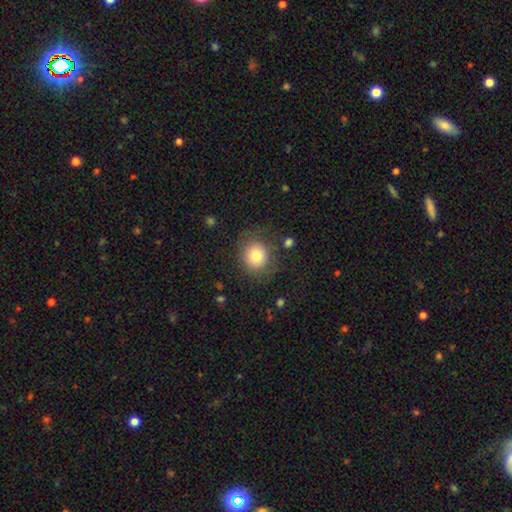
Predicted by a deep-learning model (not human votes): Q: Smooth or featured?
A: smooth (79%); runner-up: star or artifact (11%)
Q: How rounded?
A: round (82%); runner-up: in between (17%)
Q: Merging?
A: none (78%); runner-up: minor disturbance (13%)